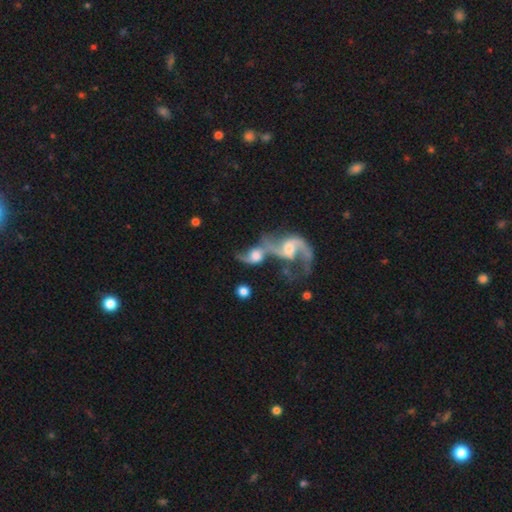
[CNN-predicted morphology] A featured or disk galaxy (69%) with no bar (53%), 2 (79%) loose (74%) spiral arms (86%) and a moderate central bulge (42%). Merging: merger (73%).